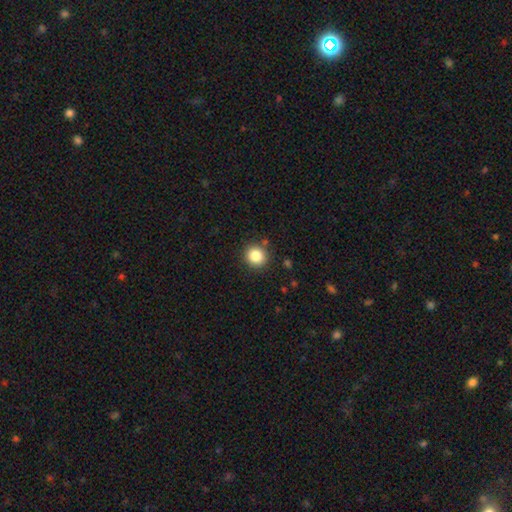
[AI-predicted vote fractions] The model was most divided on "smooth or featured": smooth: 84%, star or artifact: 11%, featured or disk: 5%. More confident: merging — none (88%); how rounded — round (88%).